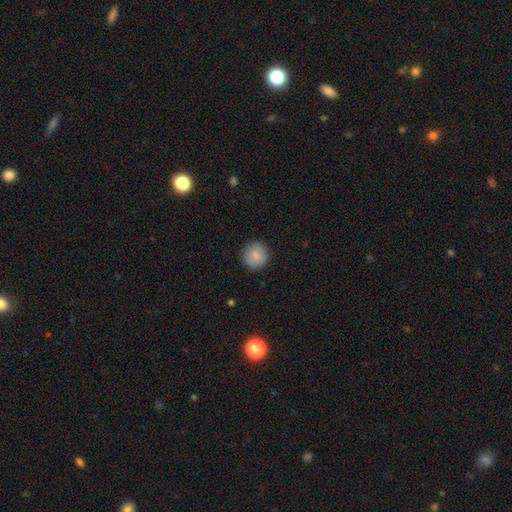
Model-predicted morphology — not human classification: type=smooth (87%); roundness=round (94%); merging=none (90%).